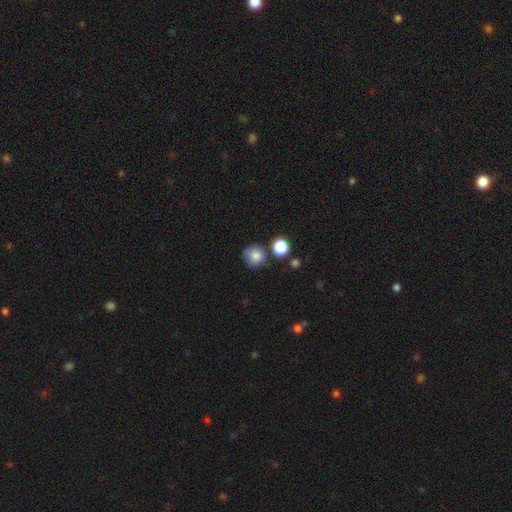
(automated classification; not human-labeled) This is clearly a smooth galaxy (83%). How rounded: clearly round (89%). Merging: likely none (69%).